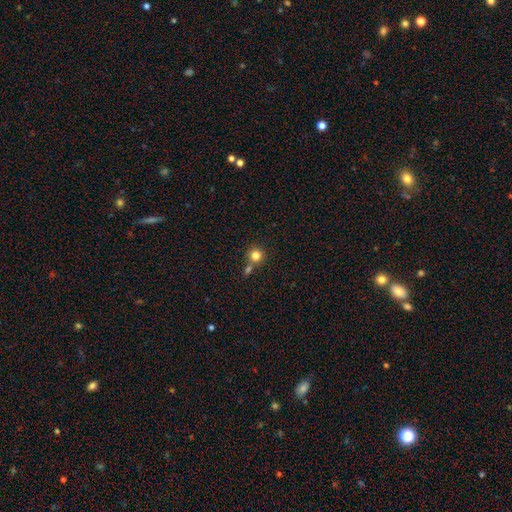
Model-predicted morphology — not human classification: smooth-or-featured: smooth: 81% | star or artifact: 12% | featured or disk: 7%
  how-rounded: round: 91% | in between: 8% | cigar-shaped: 1%
  merging: none: 61% | merger: 28% | minor disturbance: 8% | major disturbance: 3%